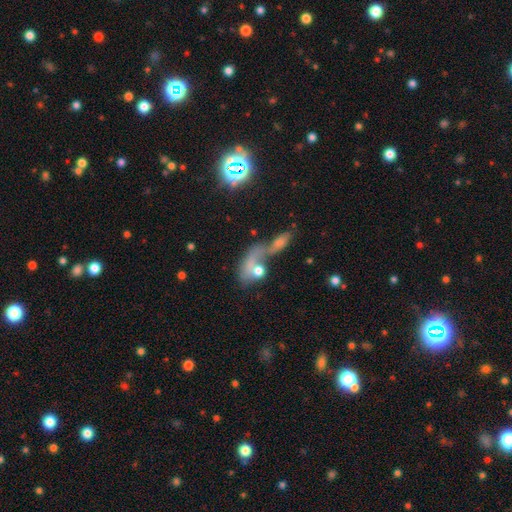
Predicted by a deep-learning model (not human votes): Q: Smooth or featured?
A: smooth (38%); runner-up: star or artifact (31%)
Q: Merging?
A: merger (42%); runner-up: none (32%)